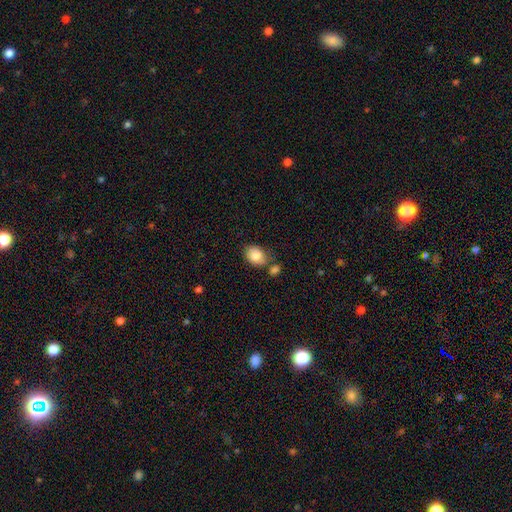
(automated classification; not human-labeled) A smooth galaxy with no disk features (84%) that is in between round and cigar-shaped (65%).

Vote fractions:
- Smooth or featured? smooth: 84% / featured or disk: 9% / star or artifact: 7%
- How rounded? in between: 65% / round: 34% / cigar-shaped: 1%
- Merging? none: 63% / minor disturbance: 17% / merger: 16% / major disturbance: 5%